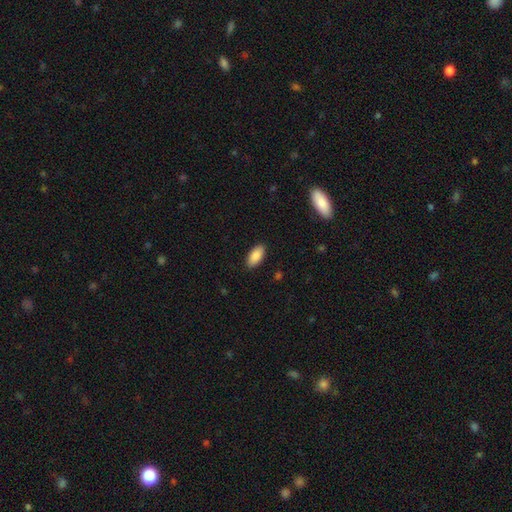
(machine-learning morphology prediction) This appears to be a smooth galaxy with no disk features (89%) that is in between round and cigar-shaped (91%). Merging: none (89%).